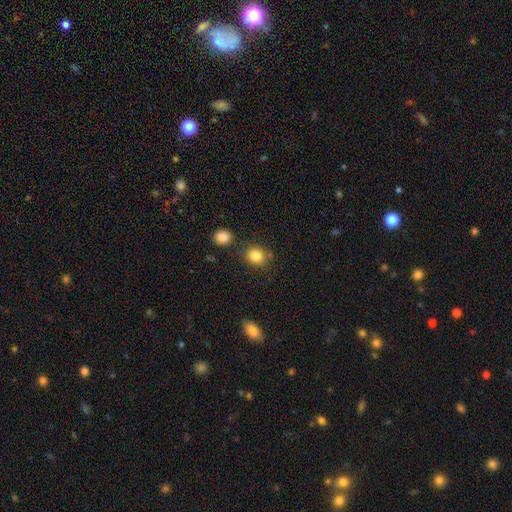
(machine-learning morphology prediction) Smooth or featured: smooth — 84% (star or artifact — 10%)
How rounded: round — 75% (in between — 24%)
Merging: none — 79% (minor disturbance — 11%)